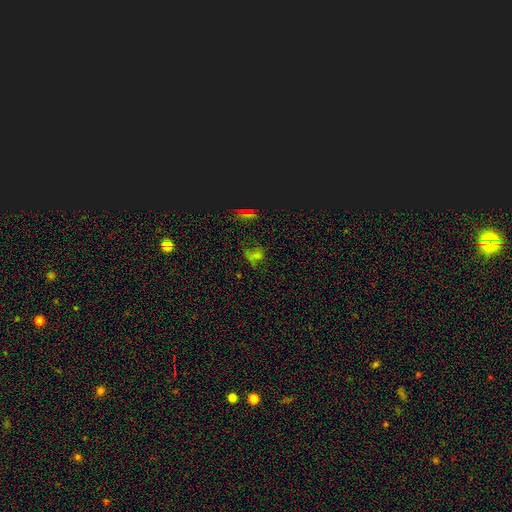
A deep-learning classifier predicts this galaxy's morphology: smooth_or_featured: star or artifact (p=0.54) [alt: smooth p=0.32]